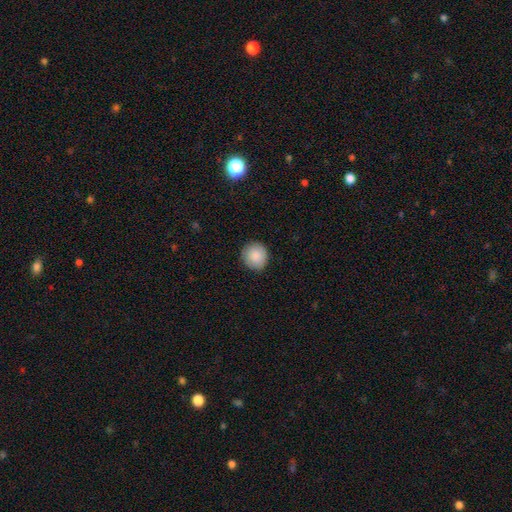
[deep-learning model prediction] Q: Smooth or featured?
A: smooth (88%); runner-up: star or artifact (7%)
Q: How rounded?
A: round (92%); runner-up: in between (8%)
Q: Merging?
A: none (88%); runner-up: minor disturbance (9%)